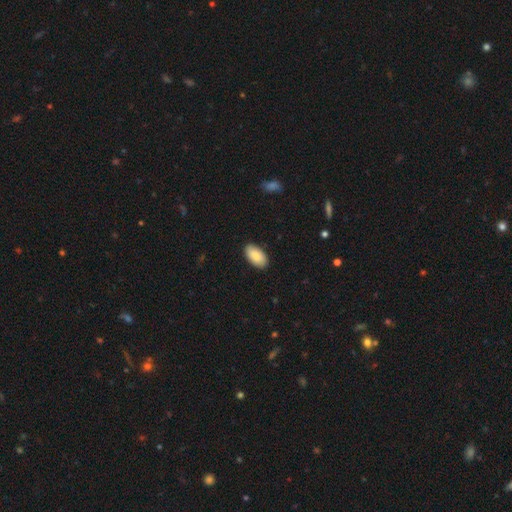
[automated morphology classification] This is clearly a smooth galaxy (87%). How rounded: clearly in between (96%). Merging: clearly none (88%).